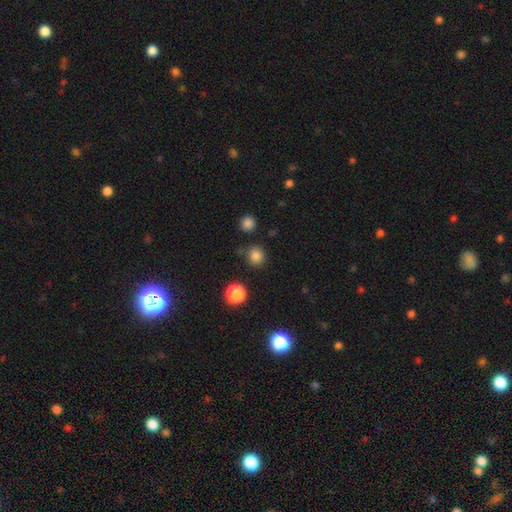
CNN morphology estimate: The model was most divided on "smooth or featured": smooth: 82%, star or artifact: 14%, featured or disk: 4%. More confident: how rounded — round (91%); merging — none (84%).